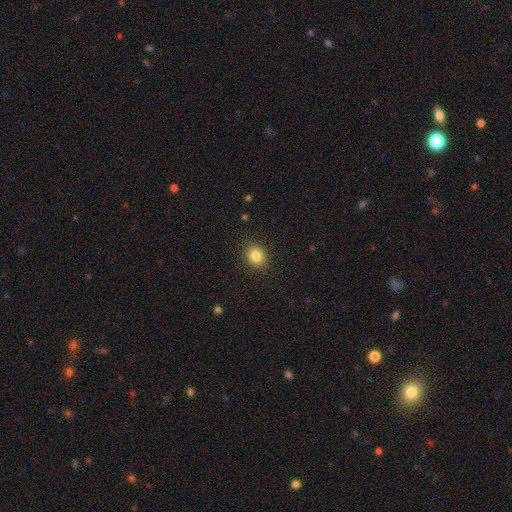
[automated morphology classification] The model was most divided on "how rounded": round: 53%, in between: 46%, cigar-shaped: 1%. More confident: merging — none (88%); smooth or featured — smooth (84%).